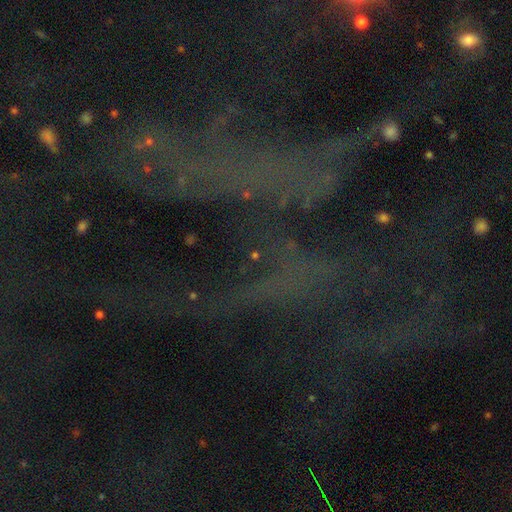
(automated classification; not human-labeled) smooth_or_featured: star or artifact (p=0.65) [alt: featured or disk p=0.18]